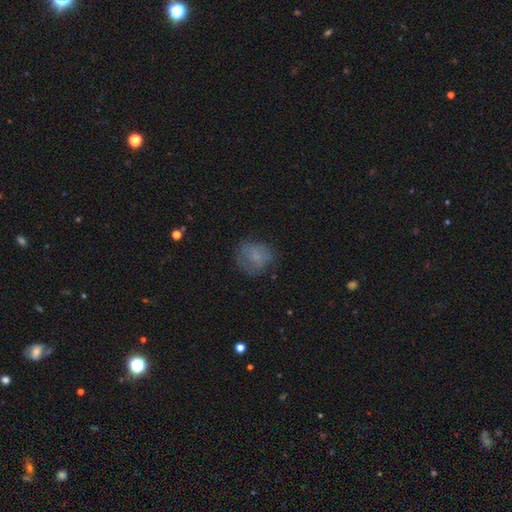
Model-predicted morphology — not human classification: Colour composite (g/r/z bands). It shows a smooth galaxy with no disk features (67%) that is round (71%). Merging: none (63%).